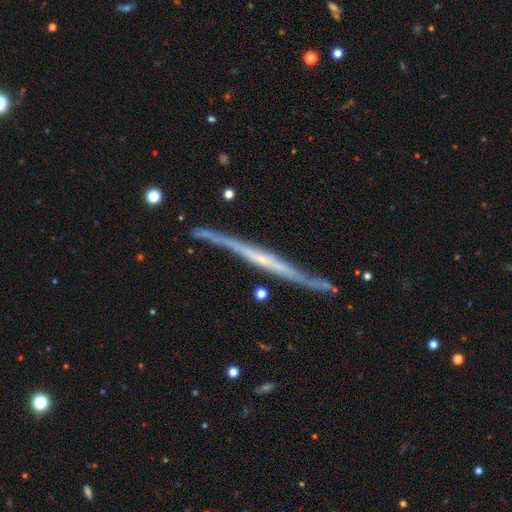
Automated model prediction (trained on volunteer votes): This is likely a featured or disk galaxy (79%). It is clearly viewed edge-on (95%). Edge-on bulge: likely none (66%). Merging: likely none (78%).